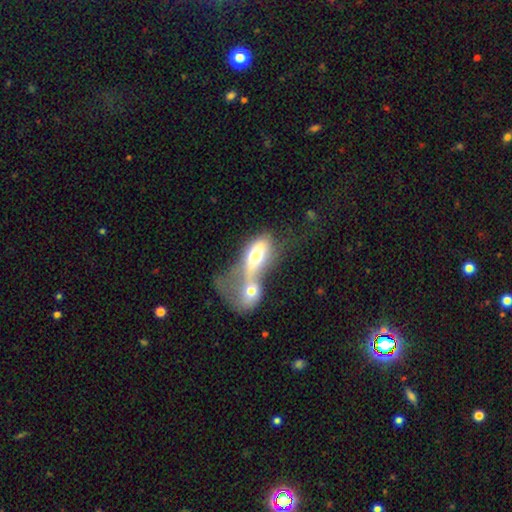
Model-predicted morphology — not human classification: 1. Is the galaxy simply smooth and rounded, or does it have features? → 56% smooth, 36% featured or disk, 7% star or artifact.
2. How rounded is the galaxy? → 81% in between, 10% cigar-shaped, 9% round.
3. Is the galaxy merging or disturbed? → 79% merger, 11% major disturbance, 6% none, 4% minor disturbance.